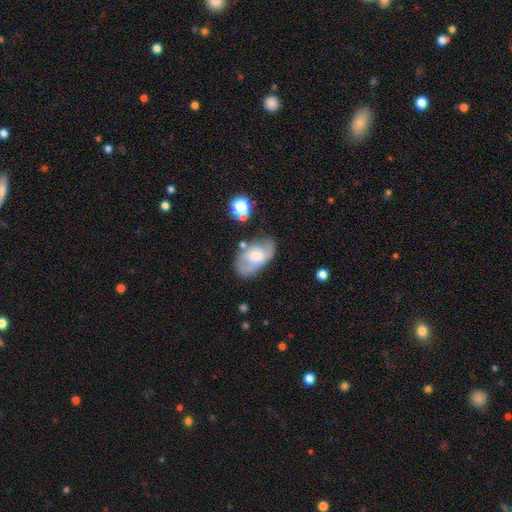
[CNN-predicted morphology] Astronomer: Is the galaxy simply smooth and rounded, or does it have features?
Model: featured or disk — 48% (runner-up: smooth, 44%).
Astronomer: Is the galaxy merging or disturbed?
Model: none — 55%.